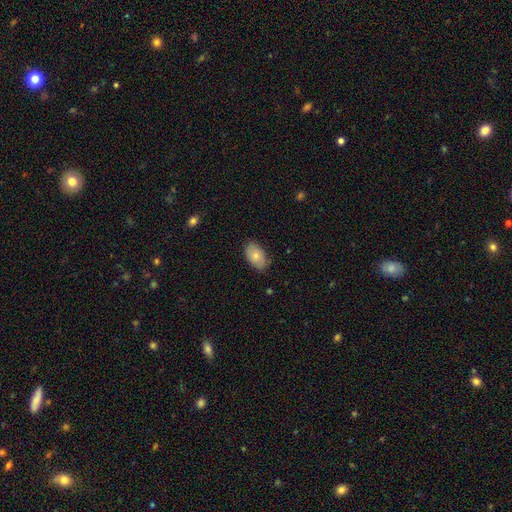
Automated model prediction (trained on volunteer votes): Morphology: type=smooth (74%); roundness=in between (91%); merging=none (75%).